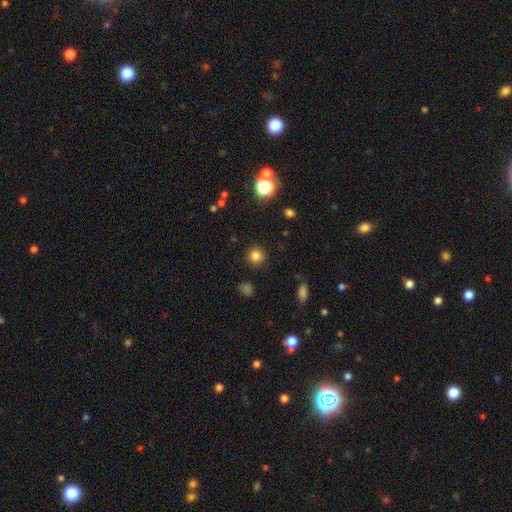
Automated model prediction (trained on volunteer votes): Morphology: type=smooth (81%); roundness=round (91%); merging=none (89%).